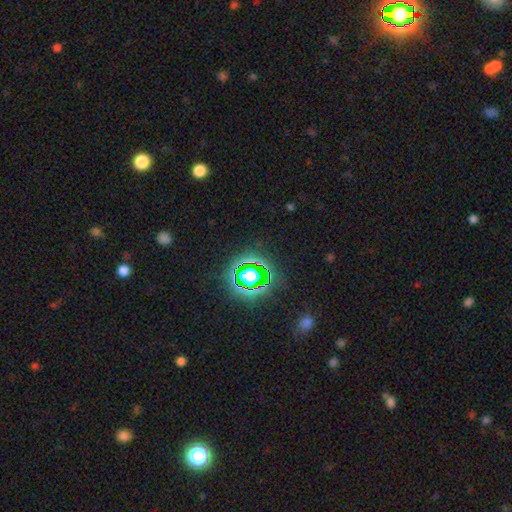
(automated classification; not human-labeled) Q: Smooth or featured?
A: star or artifact (76%); runner-up: smooth (17%)